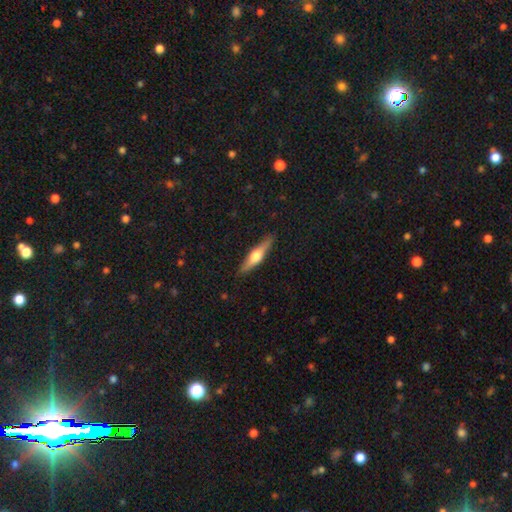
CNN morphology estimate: This is possibly a featured or disk galaxy (57%). It is clearly viewed edge-on (95%). Edge-on bulge: clearly rounded (93%). Merging: clearly none (89%).